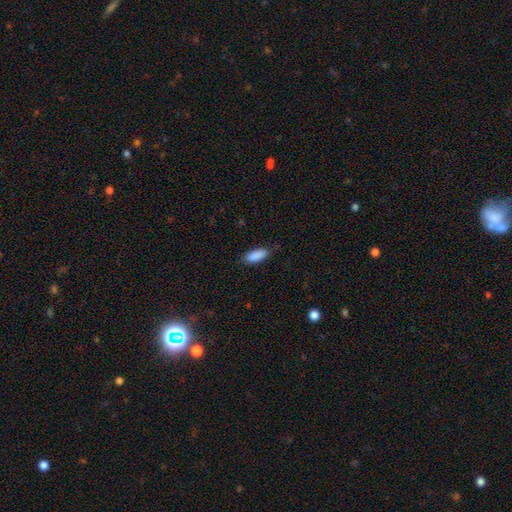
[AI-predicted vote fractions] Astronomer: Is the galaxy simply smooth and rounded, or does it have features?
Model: smooth — 90%.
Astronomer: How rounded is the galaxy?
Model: in between — 78%.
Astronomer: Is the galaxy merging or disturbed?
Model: none — 81%.